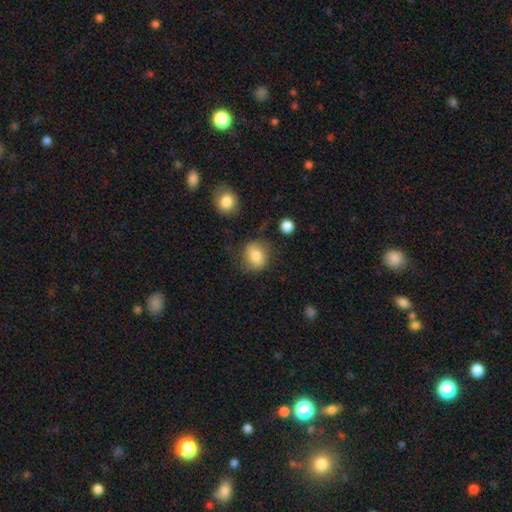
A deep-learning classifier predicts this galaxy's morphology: Overall: smooth (79%). How rounded: round (64%; in between 35%). Merging: none (70%).